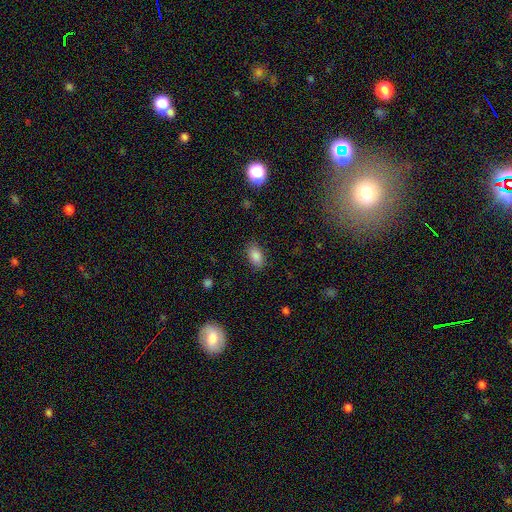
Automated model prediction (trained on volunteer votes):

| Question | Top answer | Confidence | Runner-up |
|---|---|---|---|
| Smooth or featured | smooth | 86% | star or artifact (9%) |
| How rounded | in between | 92% | round (5%) |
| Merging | none | 85% | minor disturbance (11%) |